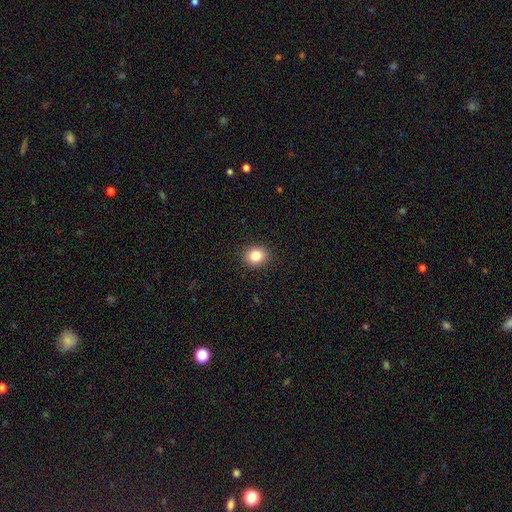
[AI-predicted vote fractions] This appears to be a smooth galaxy with no disk features (84%) that is round (73%). Merging: none (91%).